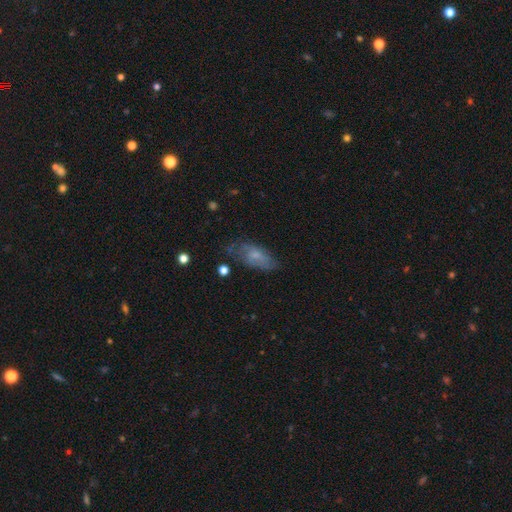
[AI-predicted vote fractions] Smooth or featured? Predicted: smooth (p=0.51). How rounded? Predicted: in between (p=0.85). Merging? Predicted: none (p=0.52).